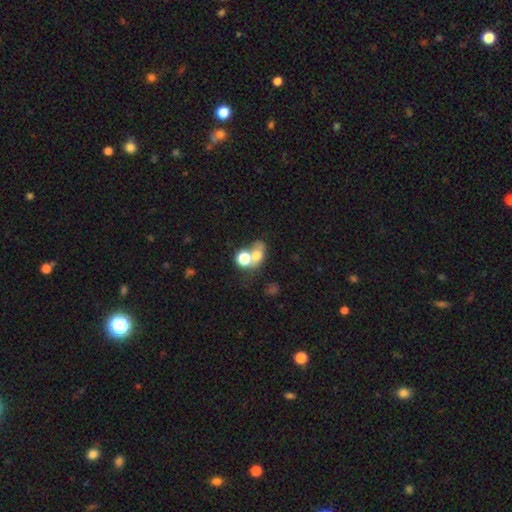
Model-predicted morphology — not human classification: smooth 65%, featured or disk 19%, star or artifact 16%. Down the decision tree: how rounded — in between (51%); merging — merger (51%).